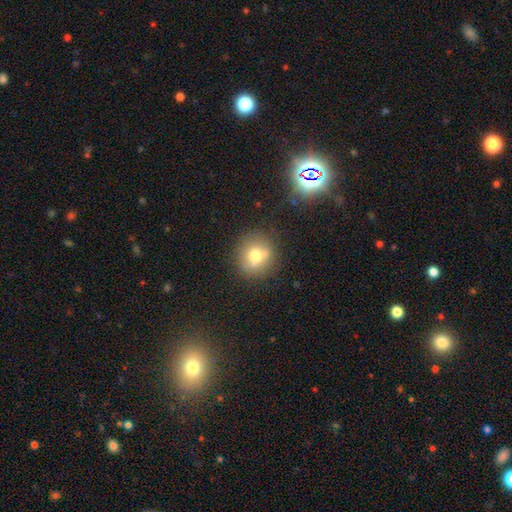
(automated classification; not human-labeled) A smooth galaxy with no disk features (66%) that is round (89%). Merging: none (77%).